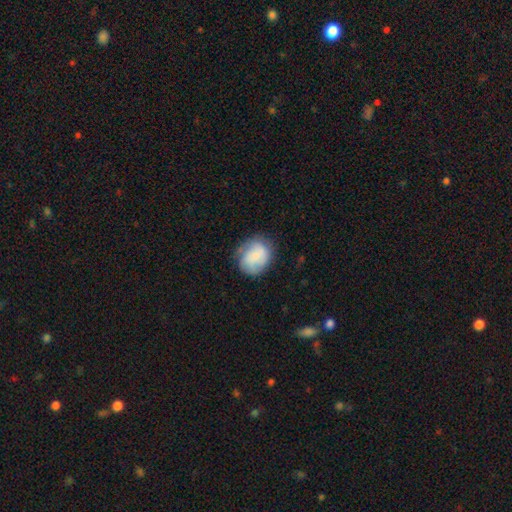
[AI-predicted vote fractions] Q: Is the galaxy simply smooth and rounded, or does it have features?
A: smooth — 72%.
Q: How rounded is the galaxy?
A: round — 63%.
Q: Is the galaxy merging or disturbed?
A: none — 64%.